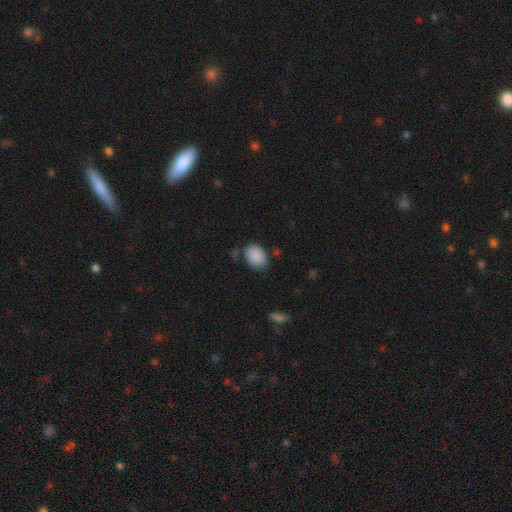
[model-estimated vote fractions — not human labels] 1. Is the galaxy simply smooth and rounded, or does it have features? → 89% smooth, 7% star or artifact, 3% featured or disk.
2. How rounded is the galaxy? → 82% in between, 17% round, 1% cigar-shaped.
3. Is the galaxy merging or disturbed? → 78% none, 14% minor disturbance, 4% merger, 4% major disturbance.